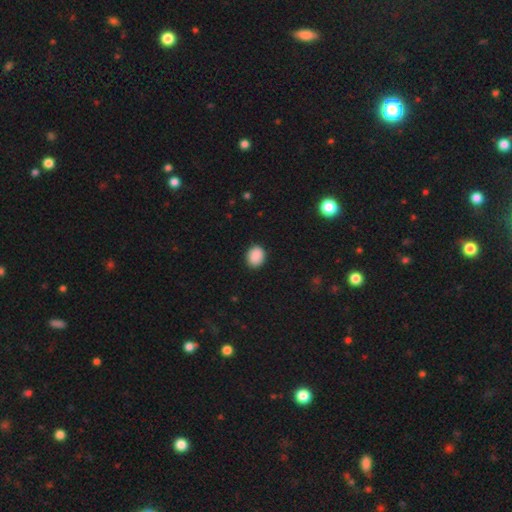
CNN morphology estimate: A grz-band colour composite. It shows a smooth galaxy with no disk features (90%) that is round (58%). Merging: none (89%).